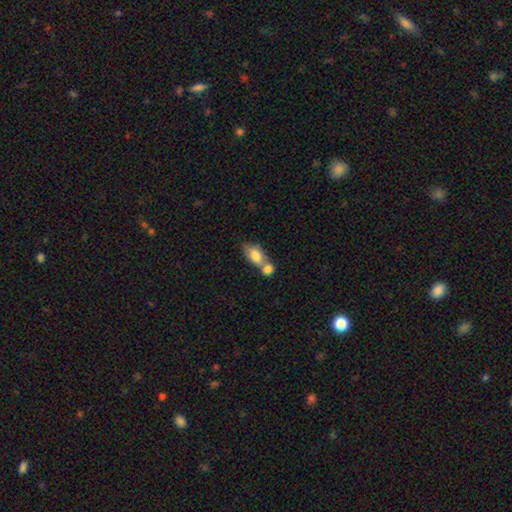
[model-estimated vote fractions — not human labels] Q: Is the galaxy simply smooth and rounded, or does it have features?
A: smooth — 78%.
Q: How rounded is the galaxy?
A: in between — 85%.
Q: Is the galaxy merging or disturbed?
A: merger — 62%.